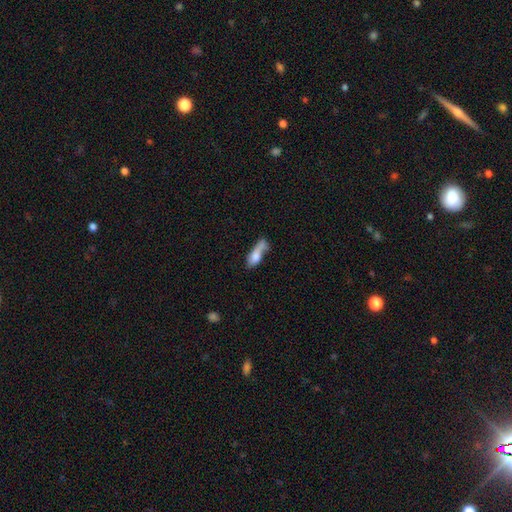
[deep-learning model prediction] Morphology: type=smooth (68%); roundness=in between (59%); merging=none (30%).